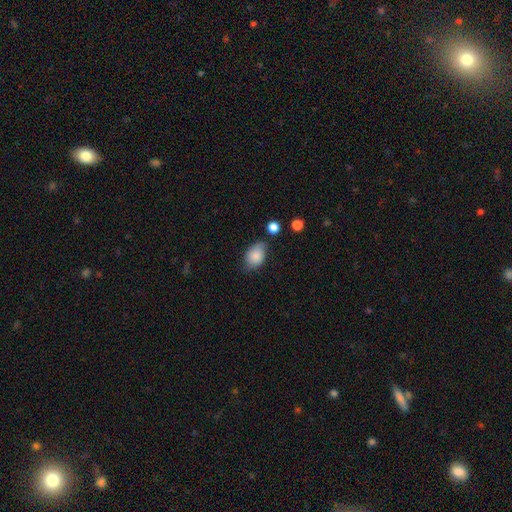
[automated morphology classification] smooth_or_featured: smooth (p=0.83) [alt: featured or disk p=0.09]
how_rounded: in between (p=0.82) [alt: round p=0.17]
merging: none (p=0.61) [alt: minor disturbance p=0.29]